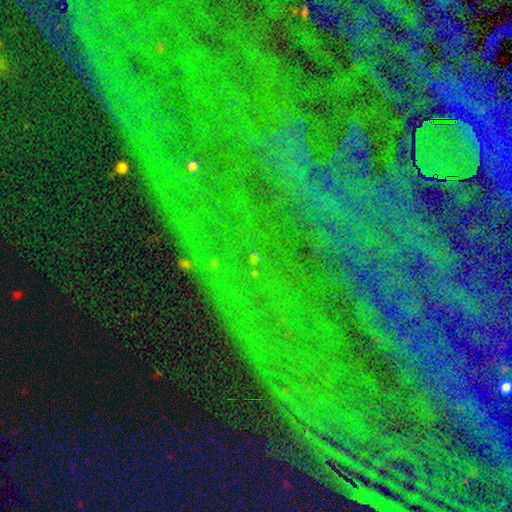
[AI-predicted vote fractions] A star or artifact, not a galaxy (86%).

Vote fractions:
- Smooth or featured? star or artifact: 86% / featured or disk: 8% / smooth: 6%